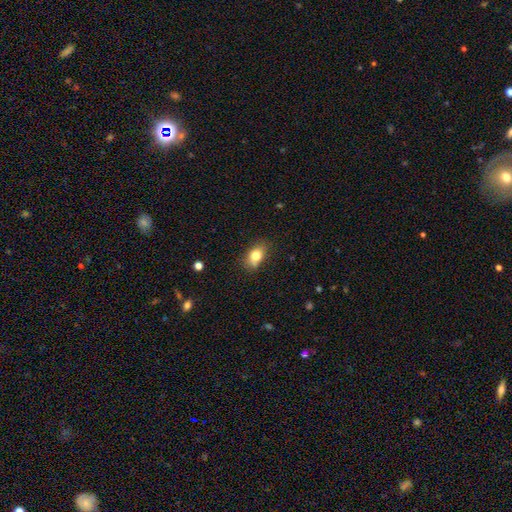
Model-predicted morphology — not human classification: smooth_or_featured: smooth (p=0.79) [alt: featured or disk p=0.12]
how_rounded: in between (p=0.80) [alt: round p=0.17]
merging: none (p=0.77) [alt: minor disturbance p=0.18]